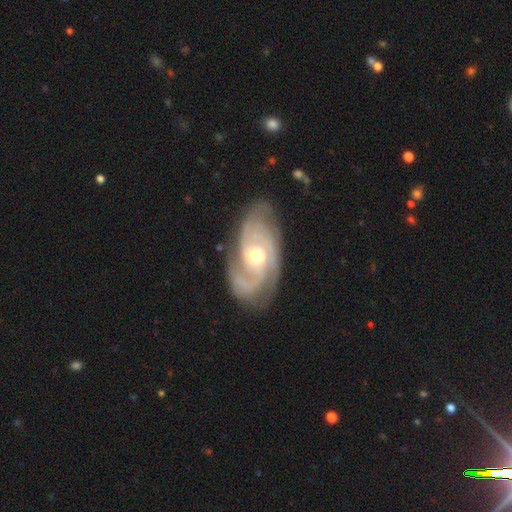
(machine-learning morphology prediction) A featured or disk galaxy (90%) with no bar (62%), 3 (38%) tight (47%) spiral arms (98%) and a moderate central bulge (70%). Merging: none (74%).